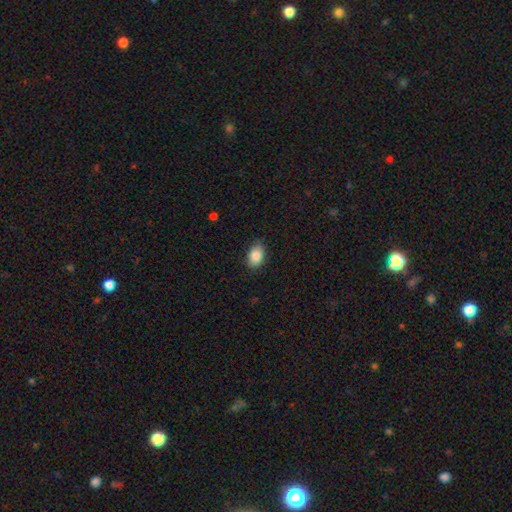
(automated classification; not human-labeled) smooth-or-featured: smooth: 87% | star or artifact: 7% | featured or disk: 6%
  how-rounded: in between: 86% | round: 13% | cigar-shaped: 1%
  merging: none: 83% | minor disturbance: 13% | major disturbance: 3% | merger: 1%